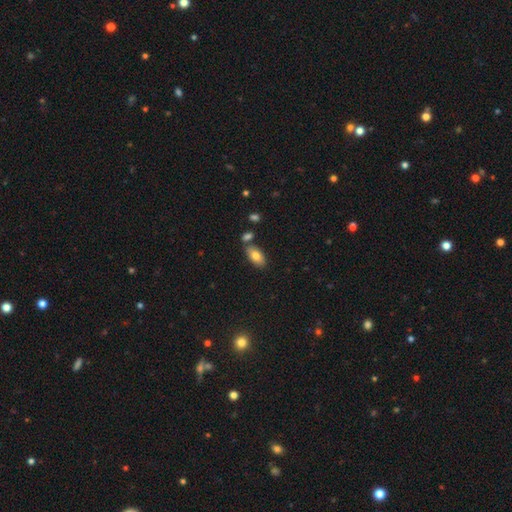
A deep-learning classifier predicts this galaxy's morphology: This is clearly a smooth galaxy (80%). How rounded: clearly in between (93%). Merging: likely none (73%).